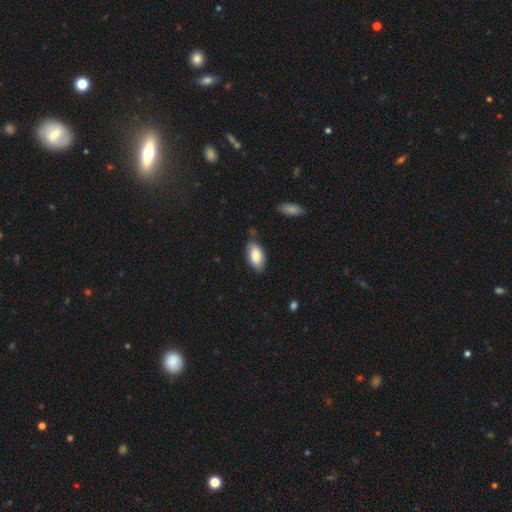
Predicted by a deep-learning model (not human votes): smooth 82%, featured or disk 12%, star or artifact 6%. Down the decision tree: how rounded — in between (93%); merging — none (73%).